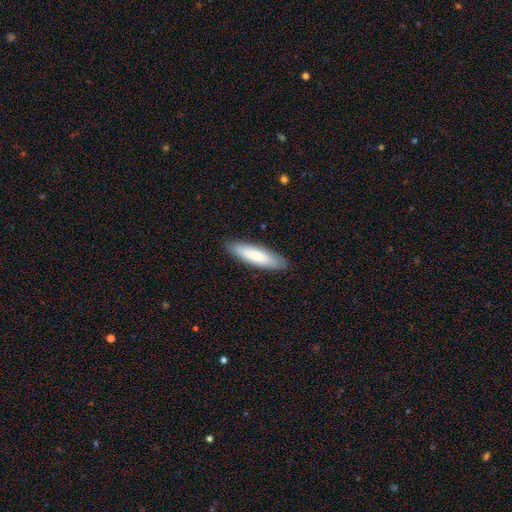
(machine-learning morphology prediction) Overall: smooth (71%). How rounded: cigar-shaped (67%; in between 31%). Merging: none (88%).